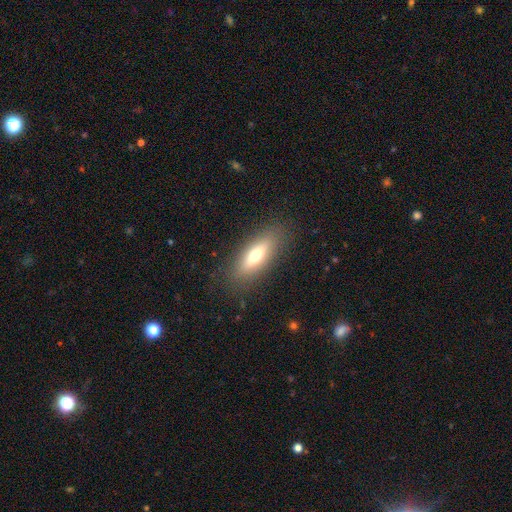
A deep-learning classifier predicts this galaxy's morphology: type=smooth (59%); roundness=in between (56%); merging=none (86%).